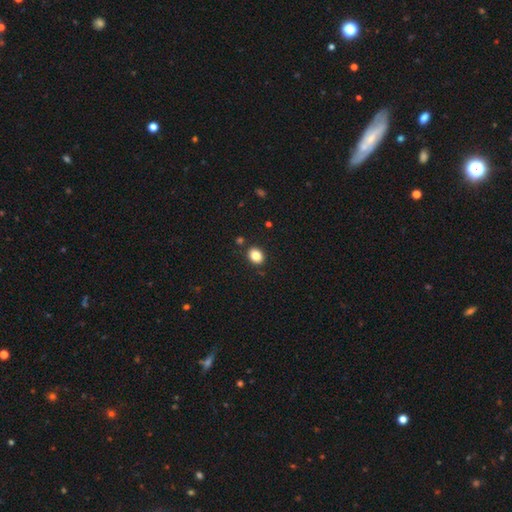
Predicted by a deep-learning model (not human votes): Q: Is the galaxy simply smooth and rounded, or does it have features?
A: smooth — 85%.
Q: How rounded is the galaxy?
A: in between — 58%.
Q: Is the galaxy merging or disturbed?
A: none — 87%.